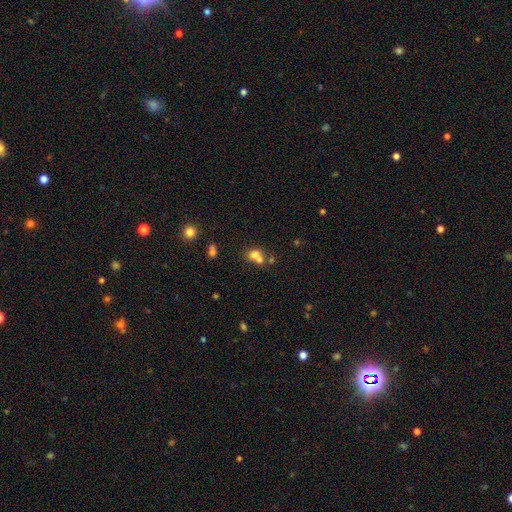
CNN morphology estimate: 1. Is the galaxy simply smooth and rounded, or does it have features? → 69% smooth, 17% featured or disk, 14% star or artifact.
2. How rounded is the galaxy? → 64% round, 35% in between, 1% cigar-shaped.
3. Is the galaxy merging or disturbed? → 58% merger, 31% none, 7% minor disturbance, 4% major disturbance.